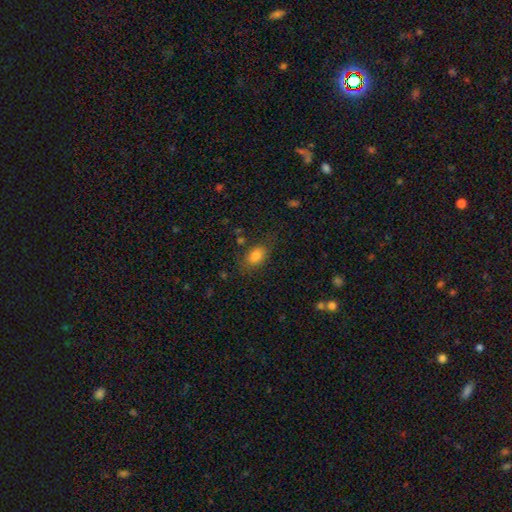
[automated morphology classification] Smooth or featured: smooth — 81% (star or artifact — 10%)
How rounded: in between — 78% (round — 20%)
Merging: none — 70% (minor disturbance — 19%)